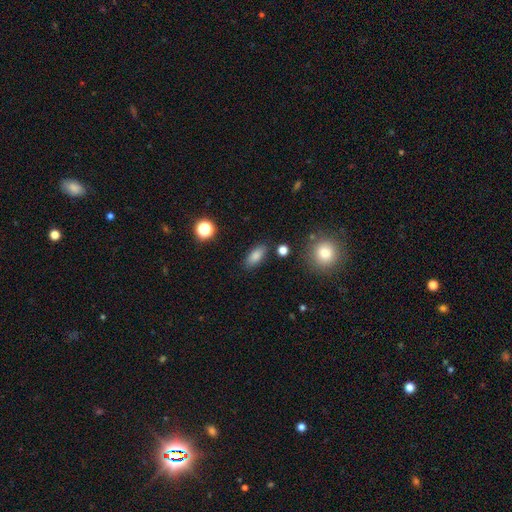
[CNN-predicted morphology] Overall: smooth (83%). How rounded: in between (83%). Merging: none (85%).